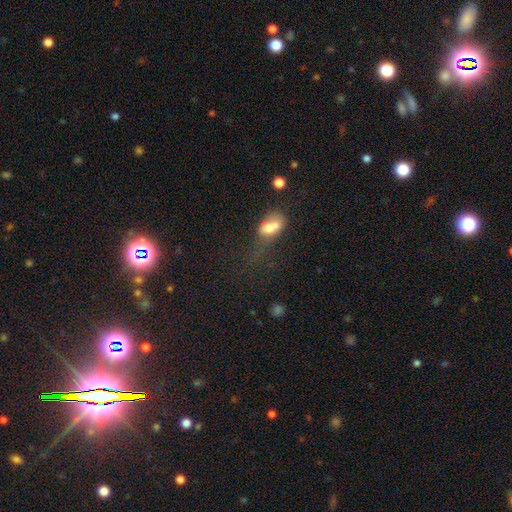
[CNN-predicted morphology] This appears to be a smooth galaxy with no disk features (45%). Merging: none (42%).